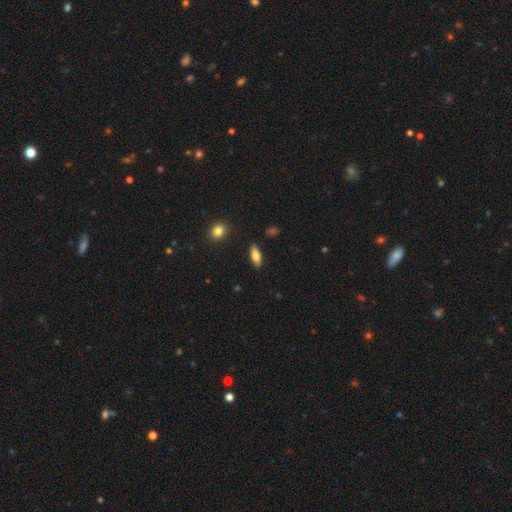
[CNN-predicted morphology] Smooth or featured? Predicted: smooth (p=0.70). How rounded? Predicted: in between (p=0.71). Merging? Predicted: none (p=0.87).